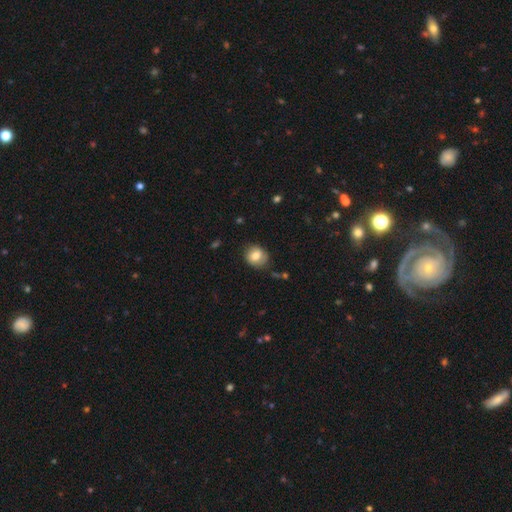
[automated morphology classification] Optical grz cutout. It shows a smooth galaxy with no disk features (78%) that is round (70%). Merging: none (73%).